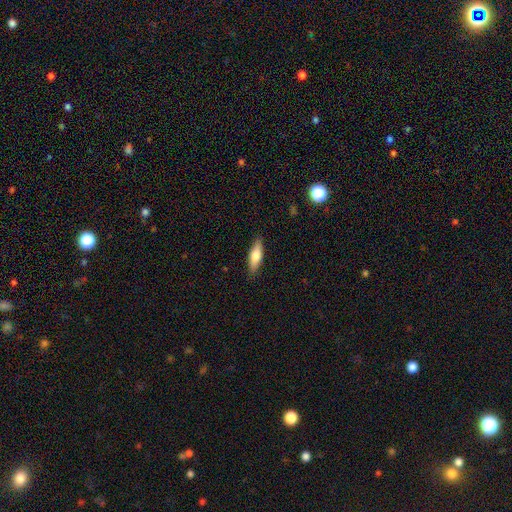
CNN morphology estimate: smooth 65%, featured or disk 29%, star or artifact 6%. Down the decision tree: how rounded — in between (52%); merging — none (88%).